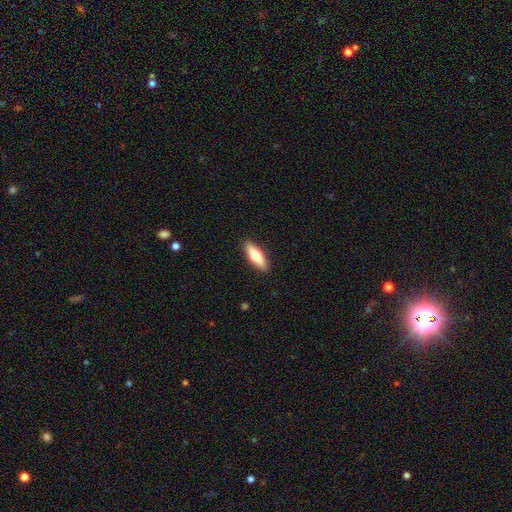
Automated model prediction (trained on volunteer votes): This appears to be a smooth galaxy with no disk features (66%) that is in between round and cigar-shaped (51%). Merging: none (90%).